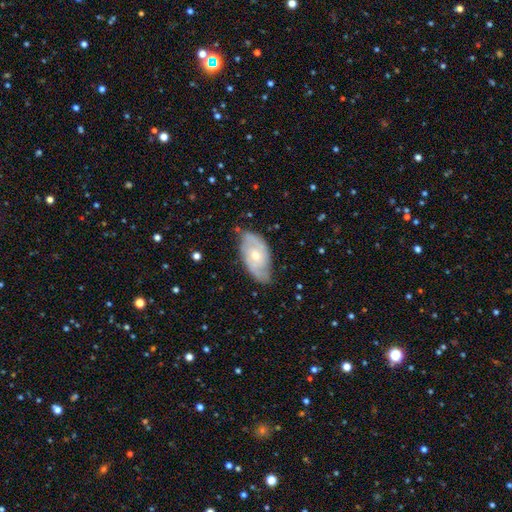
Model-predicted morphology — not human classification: This appears to be a featured or disk galaxy (74%) with no bar (59%), 2 (73%) tight (42%, tied with medium) spiral arms (88%) and a moderate central bulge (52%). Merging: none (73%).